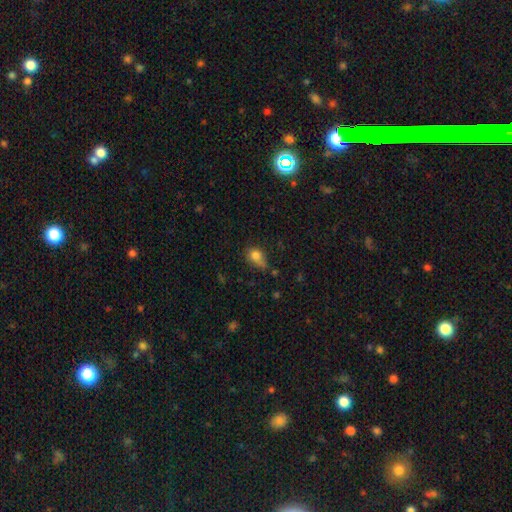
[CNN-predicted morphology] This is likely a smooth galaxy (80%). How rounded: possibly in between (58%). Merging: marginally minor disturbance (39%).